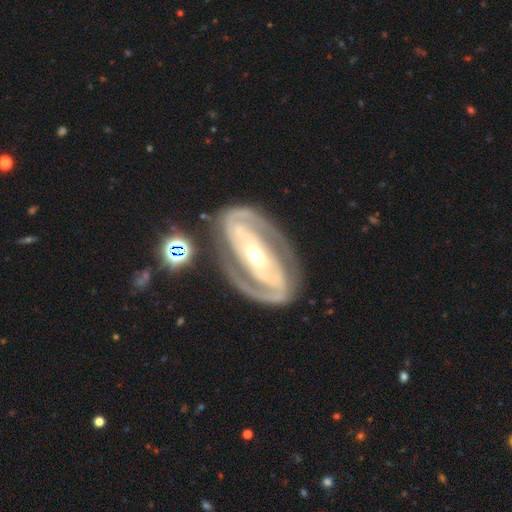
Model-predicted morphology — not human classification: Overall: featured or disk (90%). Edge-on disk: no (96%). Bar: strong (52%; no 26%). Spiral arms: yes (95%). Spiral arm count: 2 (89%). Spiral winding: tight (55%; medium 37%). Bulge size: moderate (47%; small 46%). Merging: none (79%).